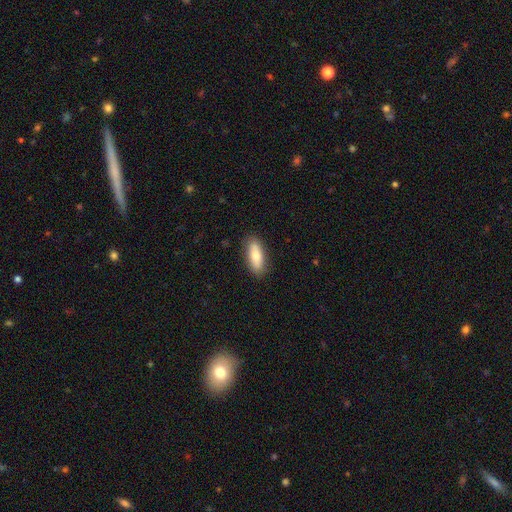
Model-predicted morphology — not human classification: Q: Smooth or featured?
A: smooth (74%); runner-up: featured or disk (20%)
Q: How rounded?
A: in between (72%); runner-up: cigar-shaped (25%)
Q: Merging?
A: none (87%); runner-up: minor disturbance (10%)